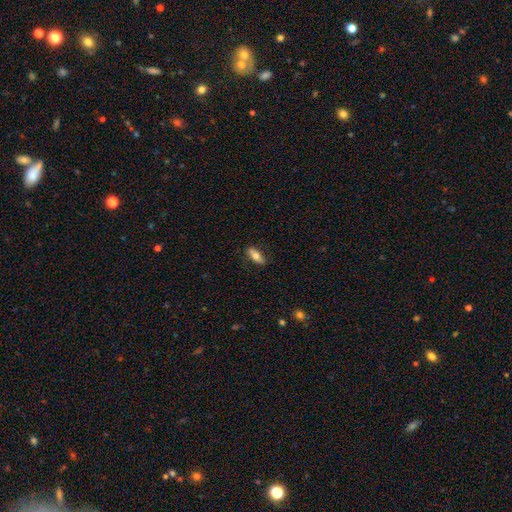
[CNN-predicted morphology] The model was most divided on "smooth or featured": smooth: 67%, featured or disk: 27%, star or artifact: 7%. More confident: merging — none (82%); how rounded — in between (69%).